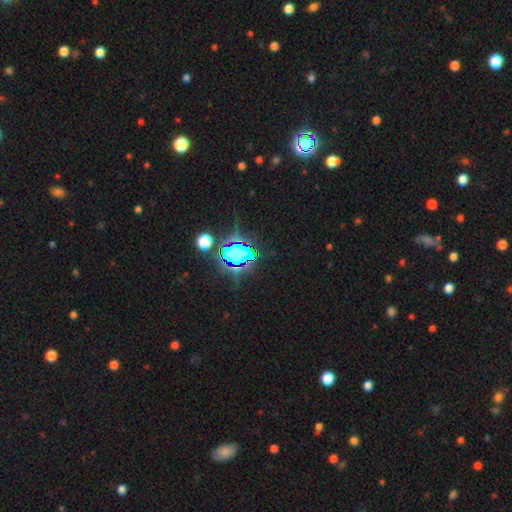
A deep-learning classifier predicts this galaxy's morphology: Smooth or featured? star or artifact (77%)